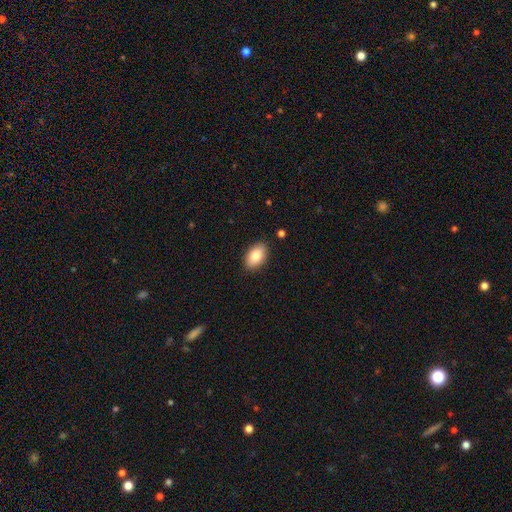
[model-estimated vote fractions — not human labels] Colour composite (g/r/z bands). It shows a smooth galaxy with no disk features (84%) that is in between round and cigar-shaped (92%). Merging: none (88%).